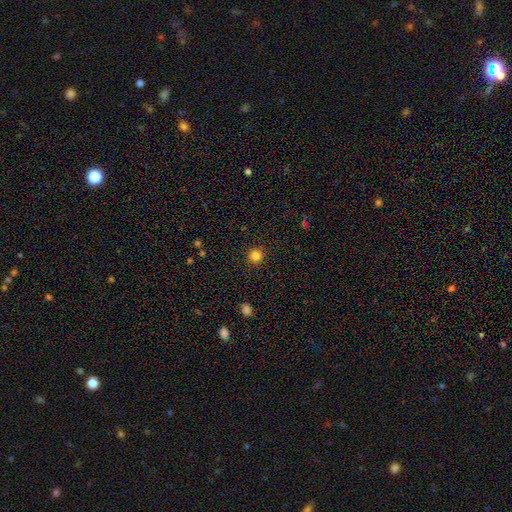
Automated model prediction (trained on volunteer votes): Smooth or featured? Predicted: smooth (p=0.82). How rounded? Predicted: round (p=0.94). Merging? Predicted: none (p=0.92).